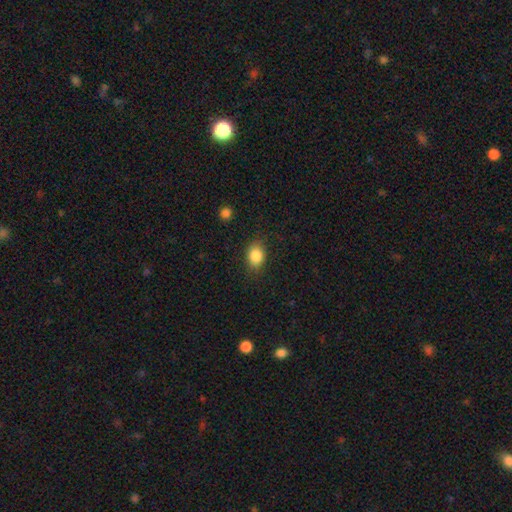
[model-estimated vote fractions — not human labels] Q: Smooth or featured?
A: smooth (85%); runner-up: star or artifact (9%)
Q: How rounded?
A: in between (60%); runner-up: round (39%)
Q: Merging?
A: none (80%); runner-up: minor disturbance (15%)